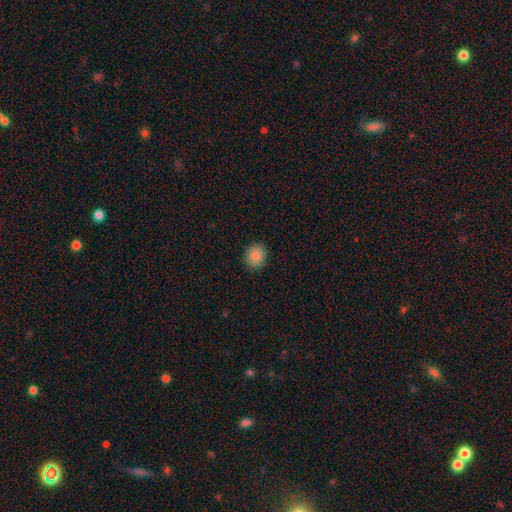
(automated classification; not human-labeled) smooth 86%, star or artifact 9%, featured or disk 5%. Down the decision tree: how rounded — round (71%); merging — none (90%).